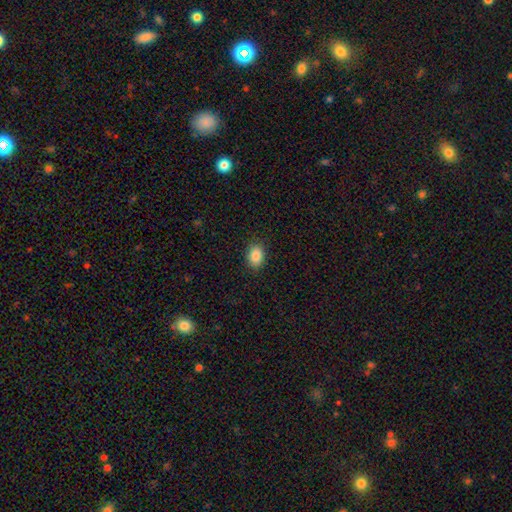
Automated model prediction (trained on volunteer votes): A smooth galaxy with no disk features (87%) that is in between round and cigar-shaped (75%). Merging: none (89%).